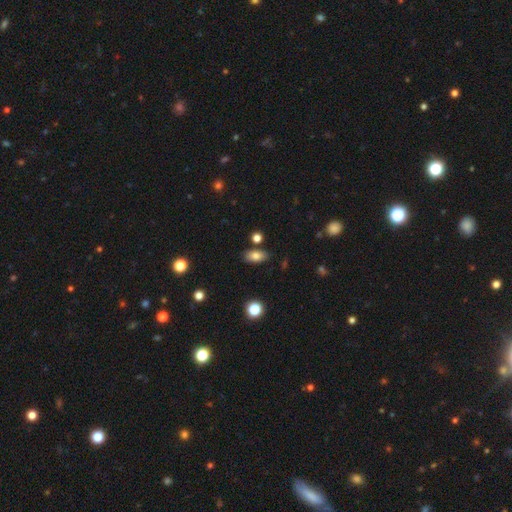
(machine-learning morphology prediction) type=smooth (79%); roundness=in between (88%); merging=none (82%).